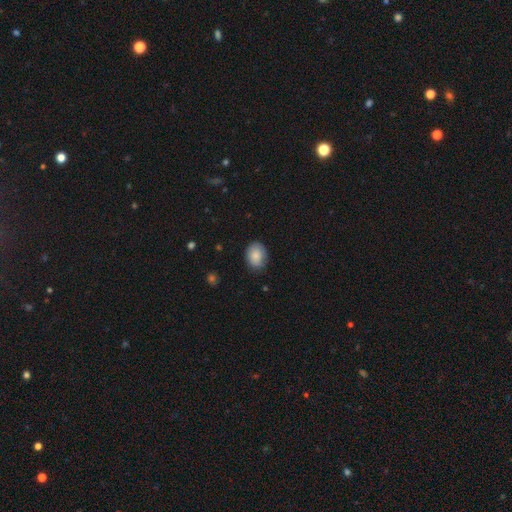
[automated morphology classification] The model was most divided on "how rounded": in between: 70%, round: 29%, cigar-shaped: 1%. More confident: smooth or featured — smooth (85%); merging — none (81%).